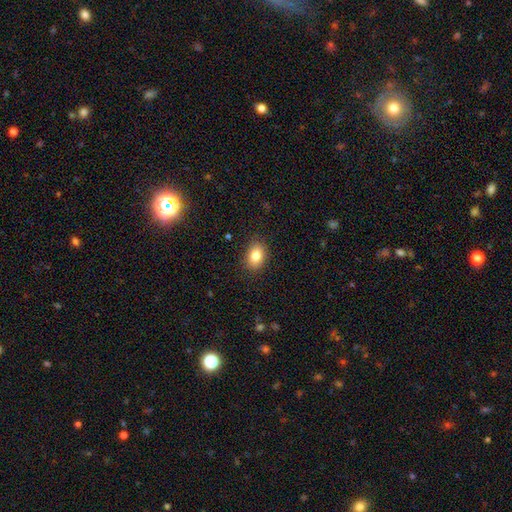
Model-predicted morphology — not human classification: Smooth or featured?
  - smooth: 83% *
  - star or artifact: 9%
  - featured or disk: 8%
How rounded?
  - in between: 73% *
  - round: 26%
  - cigar-shaped: 1%
Merging?
  - none: 87% *
  - minor disturbance: 10%
  - major disturbance: 2%
  - merger: 1%